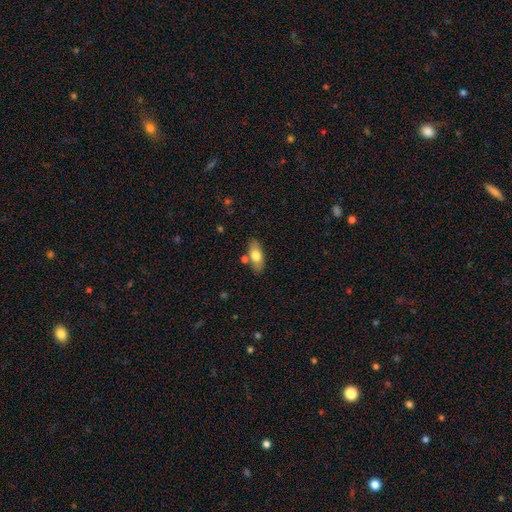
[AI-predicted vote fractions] Smooth or featured: smooth — 71% (featured or disk — 22%)
How rounded: in between — 83% (cigar-shaped — 13%)
Merging: none — 77% (minor disturbance — 13%)